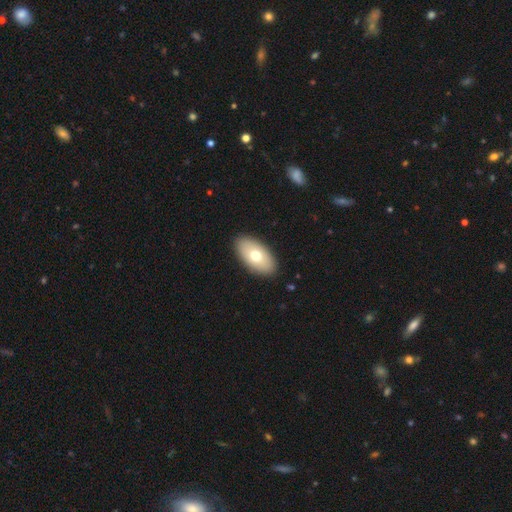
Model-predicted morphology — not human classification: smooth_or_featured: smooth (p=0.69) [alt: featured or disk p=0.25]
how_rounded: in between (p=0.94) [alt: round p=0.04]
merging: none (p=0.90) [alt: minor disturbance p=0.07]